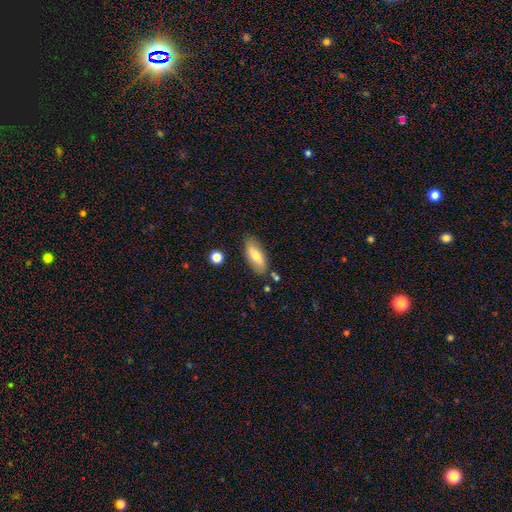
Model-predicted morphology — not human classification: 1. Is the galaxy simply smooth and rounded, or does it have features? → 72% smooth, 21% featured or disk, 7% star or artifact.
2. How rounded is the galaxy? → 80% in between, 17% cigar-shaped, 3% round.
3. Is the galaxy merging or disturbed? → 81% none, 13% minor disturbance, 3% merger, 3% major disturbance.